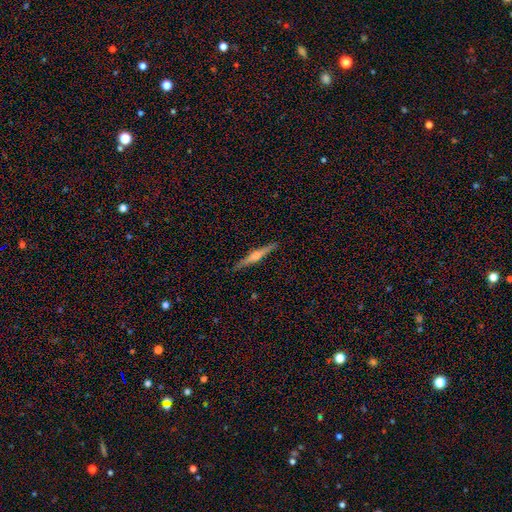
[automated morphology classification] Q: Smooth or featured?
A: featured or disk (72%); runner-up: smooth (22%)
Q: Edge-on disk?
A: yes (98%); runner-up: no (2%)
Q: Edge-on bulge?
A: rounded (82%); runner-up: boxy (11%)
Q: Merging?
A: none (91%); runner-up: minor disturbance (7%)